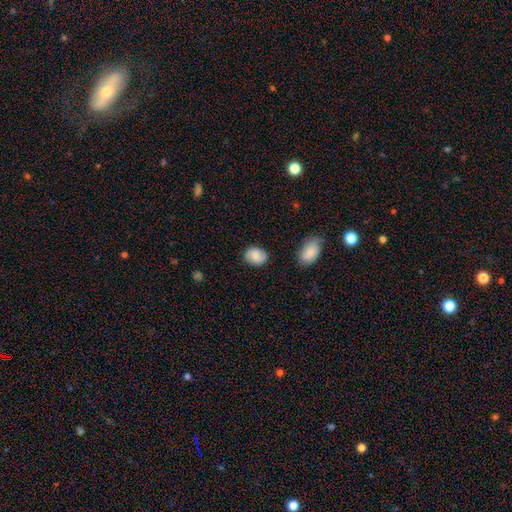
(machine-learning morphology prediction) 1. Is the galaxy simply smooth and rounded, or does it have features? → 74% smooth, 18% featured or disk, 8% star or artifact.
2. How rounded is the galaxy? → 62% in between, 37% round, 1% cigar-shaped.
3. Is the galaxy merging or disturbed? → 80% none, 15% minor disturbance, 3% major disturbance, 2% merger.